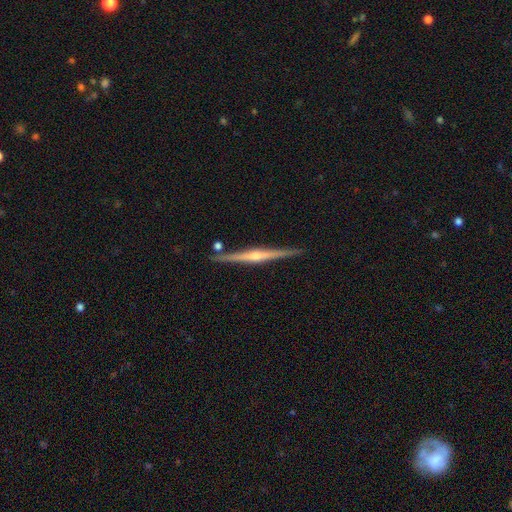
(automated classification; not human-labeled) Smooth or featured?
  - featured or disk: 81% *
  - smooth: 14%
  - star or artifact: 5%
Edge-on disk?
  - yes: 98% *
  - no: 2%
Edge-on bulge?
  - rounded: 77% *
  - none: 15%
  - boxy: 9%
Merging?
  - none: 89% *
  - minor disturbance: 7%
  - merger: 3%
  - major disturbance: 1%